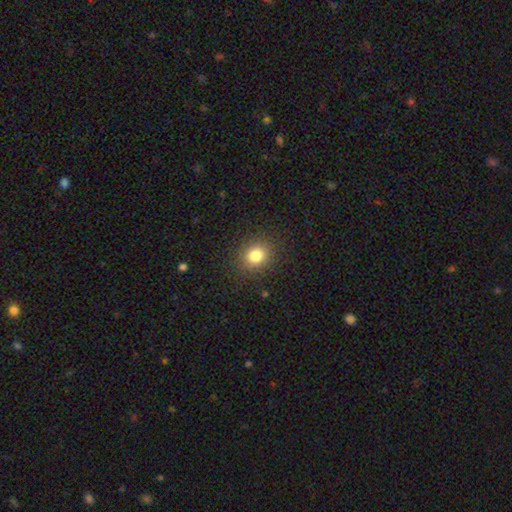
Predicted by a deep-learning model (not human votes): Smooth or featured? Predicted: smooth (p=0.81). How rounded? Predicted: round (p=0.70). Merging? Predicted: none (p=0.88).